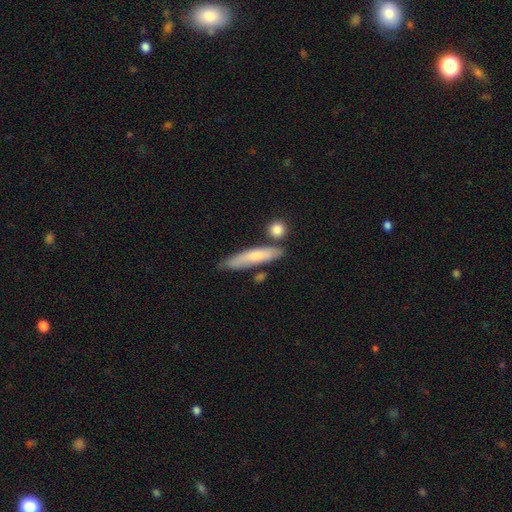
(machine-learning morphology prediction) Overall: smooth (69%). How rounded: cigar-shaped (81%). Merging: none (70%).